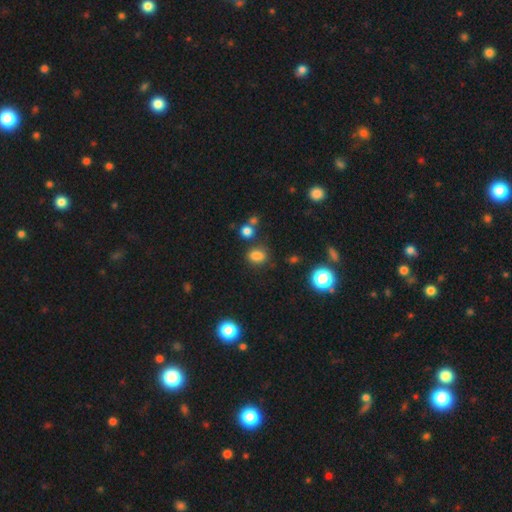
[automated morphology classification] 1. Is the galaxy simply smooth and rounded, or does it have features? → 79% smooth, 16% star or artifact, 5% featured or disk.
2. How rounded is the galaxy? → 65% in between, 33% round, 2% cigar-shaped.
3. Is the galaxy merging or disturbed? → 73% none, 14% minor disturbance, 8% merger, 5% major disturbance.